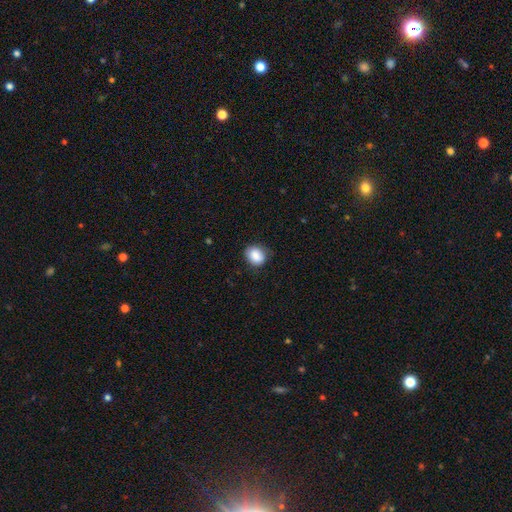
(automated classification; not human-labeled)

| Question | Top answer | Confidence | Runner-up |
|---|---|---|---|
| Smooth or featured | smooth | 86% | star or artifact (8%) |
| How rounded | round | 53% | in between (46%) |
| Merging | none | 74% | minor disturbance (20%) |